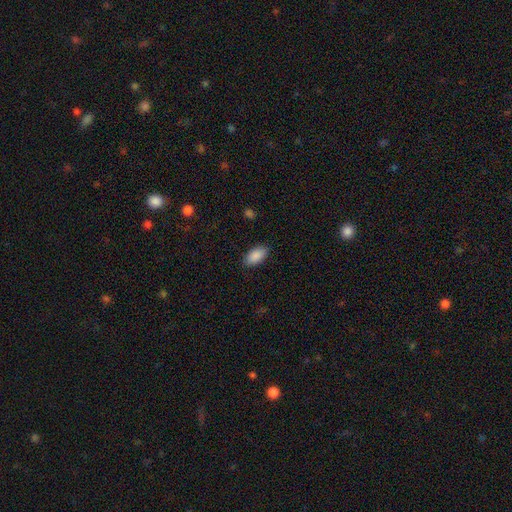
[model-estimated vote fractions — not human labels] Smooth or featured? Predicted: smooth (p=0.89). How rounded? Predicted: in between (p=0.94). Merging? Predicted: none (p=0.88).